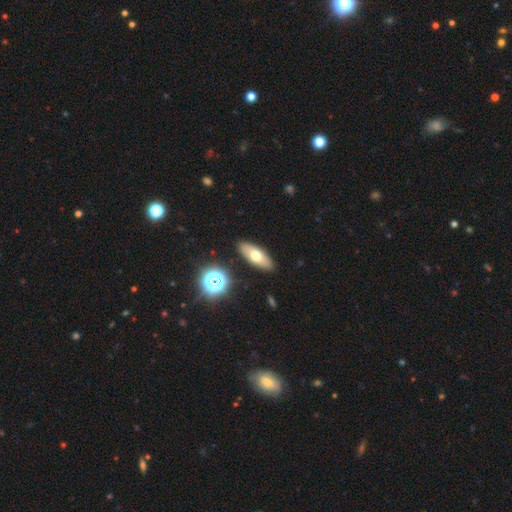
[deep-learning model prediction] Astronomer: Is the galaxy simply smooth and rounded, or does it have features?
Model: smooth — 61%.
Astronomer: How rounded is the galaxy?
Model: in between — 68%.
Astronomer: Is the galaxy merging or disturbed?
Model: none — 88%.